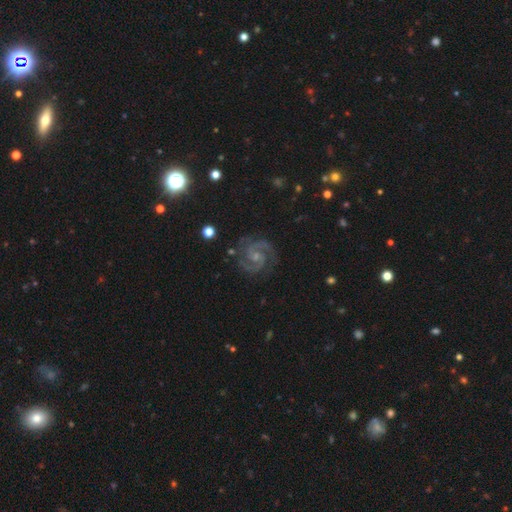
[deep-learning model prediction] A featured or disk galaxy (92%) with no bar (54%), 2 (90%) medium (48%) spiral arms (99%) and a small central bulge (61%).

Vote fractions:
- Smooth or featured? featured or disk: 92% / star or artifact: 5% / smooth: 3%
- Edge-on disk? no: 98% / yes: 2%
- Bar? no: 54% / weak: 36% / strong: 10%
- Spiral arms? yes: 99% / no: 1%
- Spiral winding? medium: 48% / tight: 47% / loose: 5%
- Spiral arm count? 2: 90% / 3: 5% / can't tell: 2% / 4: 1% / 1: 1% / more than 4: 1%
- Bulge size? small: 61% / moderate: 26% / none: 11% / large: 1% / dominant: 1%
- Merging? none: 81% / minor disturbance: 13% / major disturbance: 4% / merger: 1%